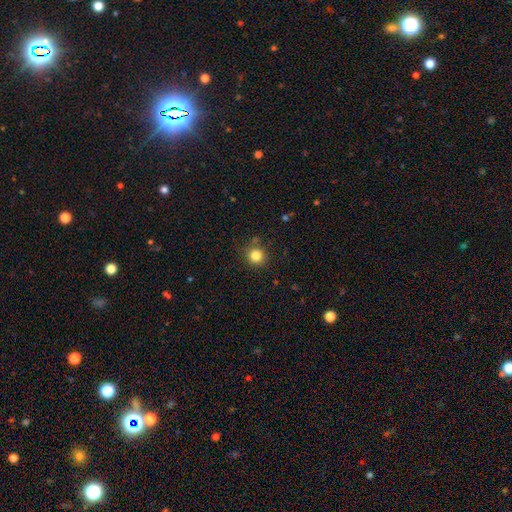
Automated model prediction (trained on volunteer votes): The model was most divided on "smooth or featured": smooth: 83%, star or artifact: 12%, featured or disk: 5%. More confident: how rounded — round (93%); merging — none (84%).